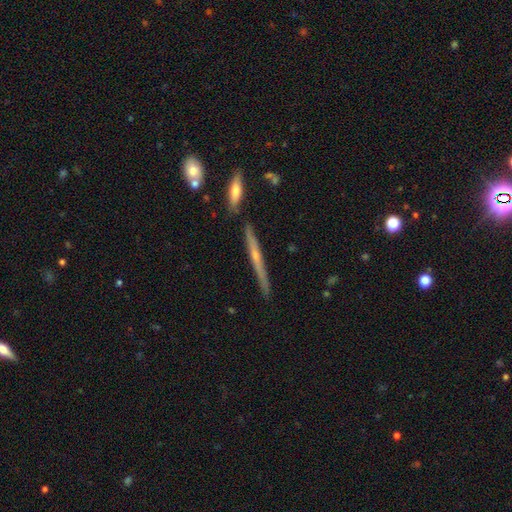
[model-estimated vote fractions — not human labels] Smooth or featured? featured or disk (67%)
Edge-on disk? yes (97%)
Edge-on bulge? rounded (56%)
Merging? none (83%)